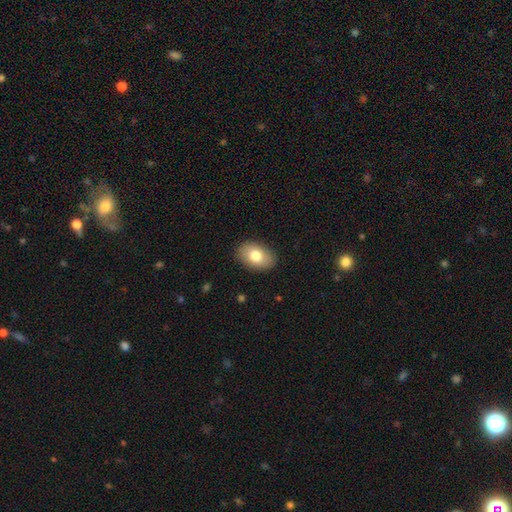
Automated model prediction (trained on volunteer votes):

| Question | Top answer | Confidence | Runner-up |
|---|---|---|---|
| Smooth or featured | smooth | 79% | featured or disk (14%) |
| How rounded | in between | 87% | round (12%) |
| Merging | none | 88% | minor disturbance (8%) |